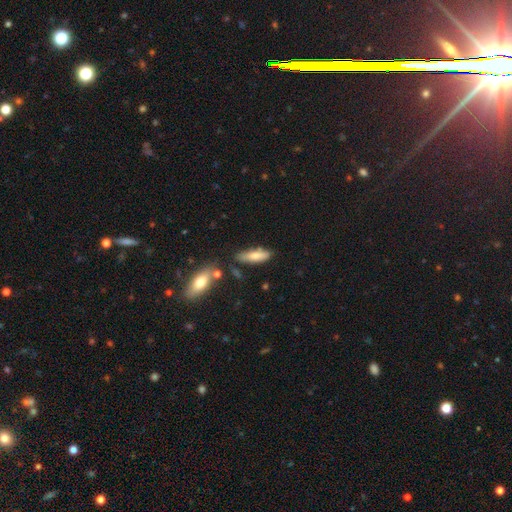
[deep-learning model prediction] Smooth or featured?
  - smooth: 72% *
  - featured or disk: 21%
  - star or artifact: 7%
How rounded?
  - cigar-shaped: 52% *
  - in between: 46%
  - round: 2%
Merging?
  - none: 71% *
  - minor disturbance: 17%
  - merger: 7%
  - major disturbance: 4%